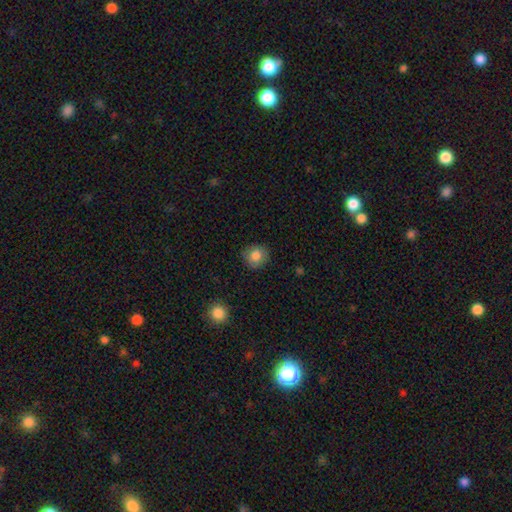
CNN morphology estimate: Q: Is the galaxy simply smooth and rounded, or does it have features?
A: smooth — 84%.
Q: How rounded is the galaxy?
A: round — 87%.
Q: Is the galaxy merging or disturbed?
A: none — 86%.